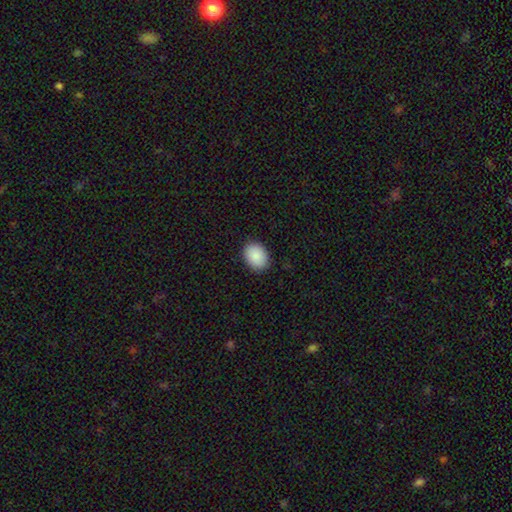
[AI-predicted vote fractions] Q: Smooth or featured?
A: smooth (89%); runner-up: star or artifact (7%)
Q: How rounded?
A: in between (70%); runner-up: round (29%)
Q: Merging?
A: none (89%); runner-up: minor disturbance (9%)